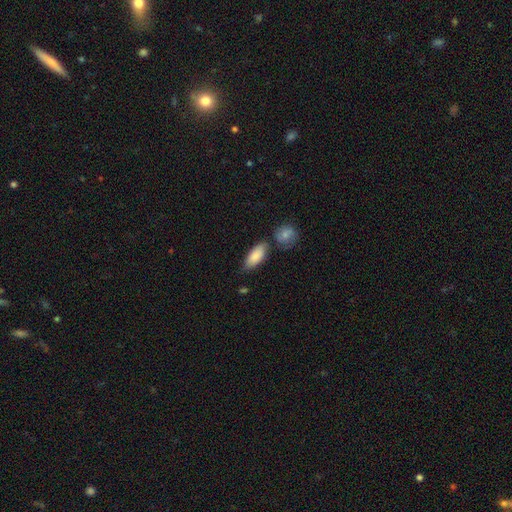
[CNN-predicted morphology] smooth_or_featured: smooth (p=0.85) [alt: featured or disk p=0.10]
how_rounded: in between (p=0.85) [alt: cigar-shaped p=0.12]
merging: none (p=0.63) [alt: minor disturbance p=0.19]